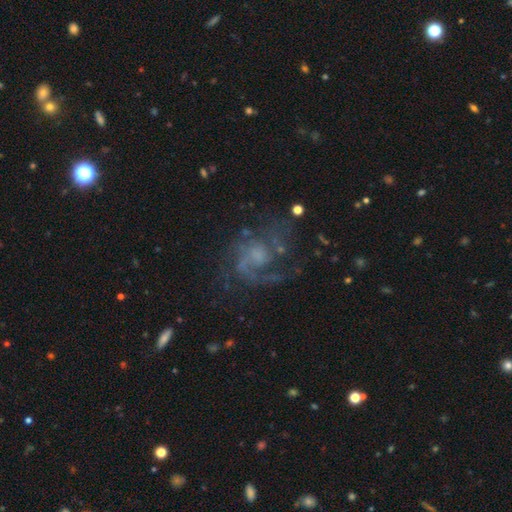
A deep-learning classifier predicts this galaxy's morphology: Smooth or featured? Predicted: featured or disk (p=0.81). Edge-on disk? Predicted: no (p=0.98). Bar? Predicted: no (p=0.65). Spiral arms? Predicted: yes (p=0.92). Spiral winding? Predicted: medium (p=0.48). Spiral arm count? Predicted: 2 (p=0.42). Bulge size? Predicted: none (p=0.33). Merging? Predicted: none (p=0.57).